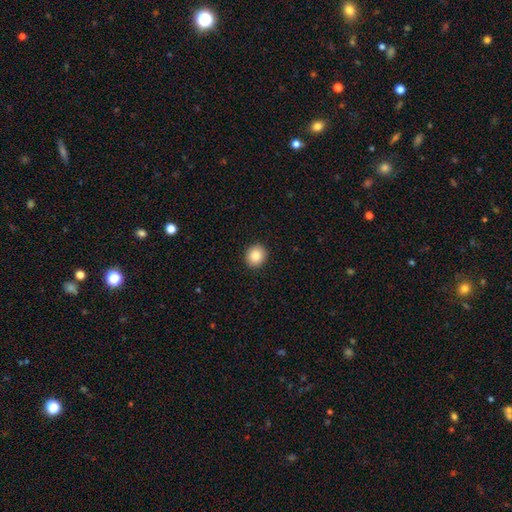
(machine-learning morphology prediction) Overall: smooth (87%). How rounded: round (81%). Merging: none (92%).